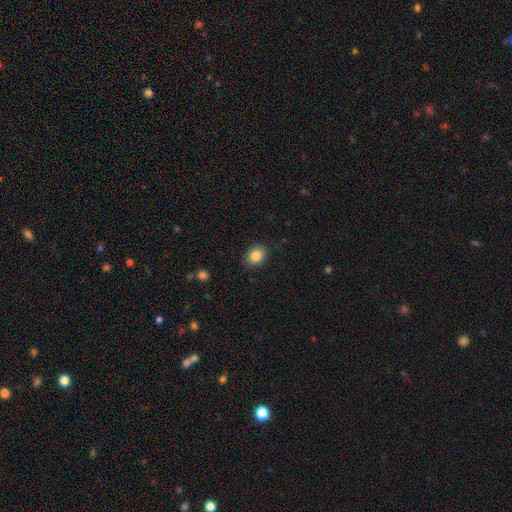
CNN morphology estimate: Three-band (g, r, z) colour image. It shows a smooth galaxy with no disk features (86%) that is in between round and cigar-shaped (57%). Merging: none (86%).